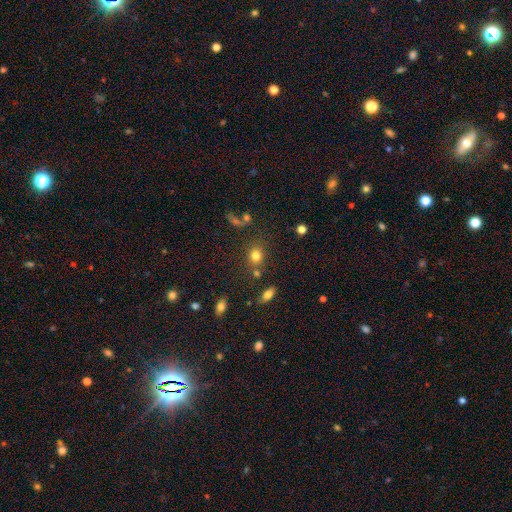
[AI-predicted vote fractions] The model was most divided on "how rounded": round: 64%, in between: 35%, cigar-shaped: 2%. More confident: smooth or featured — smooth (78%); merging — none (71%).